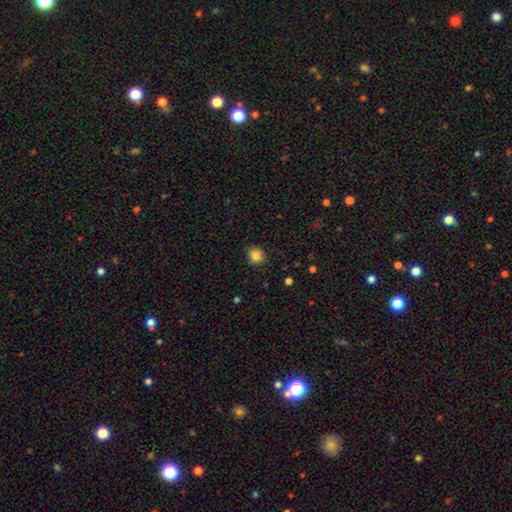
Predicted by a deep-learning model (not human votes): Morphology: type=smooth (85%); roundness=round (76%); merging=none (87%).